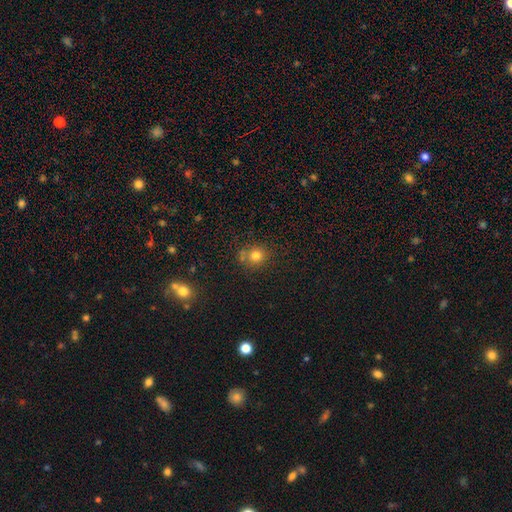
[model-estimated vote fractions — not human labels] smooth-or-featured: smooth: 77% | star or artifact: 15% | featured or disk: 8%
  how-rounded: round: 85% | in between: 14% | cigar-shaped: 1%
  merging: none: 68% | merger: 15% | minor disturbance: 13% | major disturbance: 4%